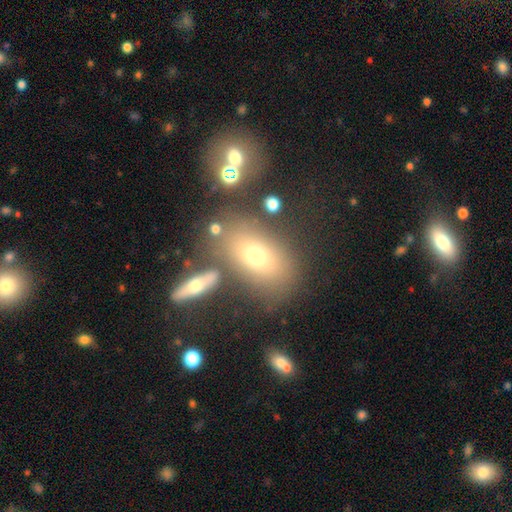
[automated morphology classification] Smooth or featured: smooth — 66% (featured or disk — 20%)
How rounded: in between — 81% (round — 16%)
Merging: none — 67% (minor disturbance — 14%)